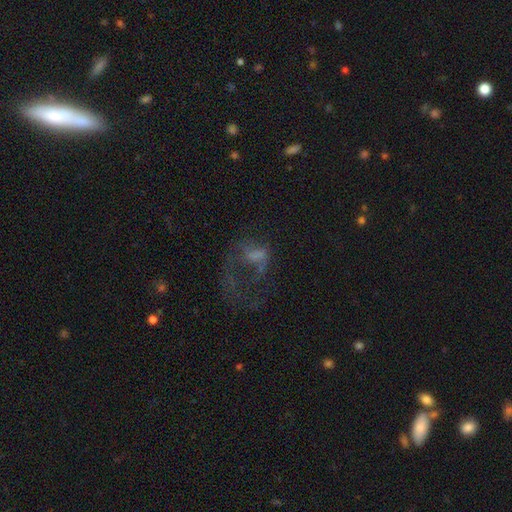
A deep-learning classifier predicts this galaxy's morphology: type=featured or disk (47%); merging=major disturbance (62%).